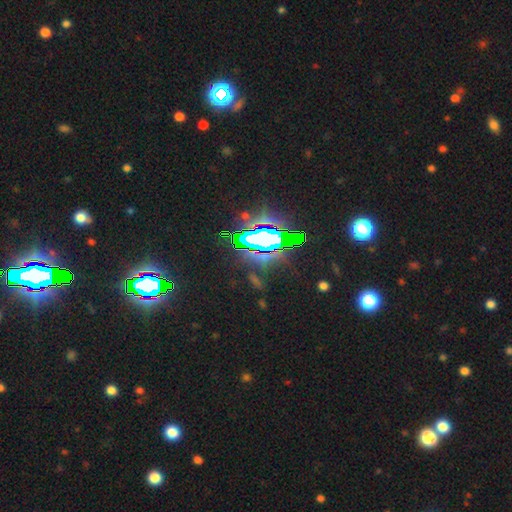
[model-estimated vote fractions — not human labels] Morphology: type=star or artifact (83%).